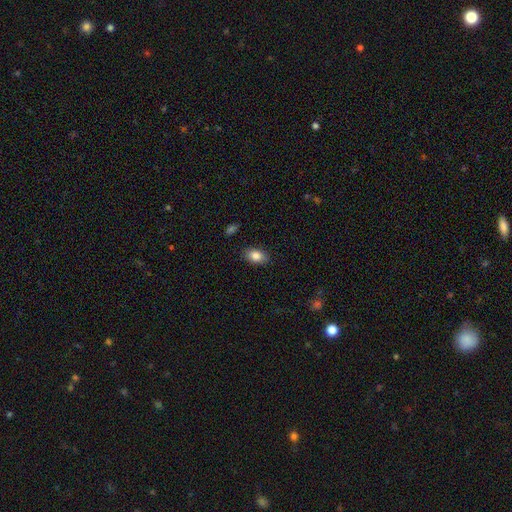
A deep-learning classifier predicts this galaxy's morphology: This is clearly a smooth galaxy (84%). How rounded: clearly in between (89%). Merging: clearly none (87%).